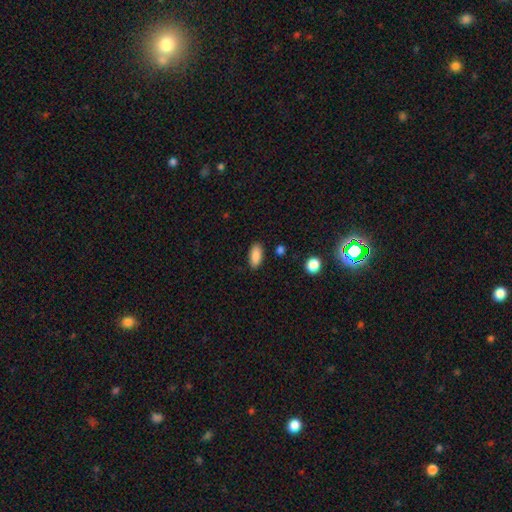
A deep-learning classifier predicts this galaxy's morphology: A smooth galaxy with no disk features (87%) that is in between round and cigar-shaped (86%).

Vote fractions:
- Smooth or featured? smooth: 87% / star or artifact: 8% / featured or disk: 5%
- How rounded? in between: 86% / cigar-shaped: 12% / round: 3%
- Merging? none: 86% / minor disturbance: 10% / major disturbance: 2% / merger: 2%